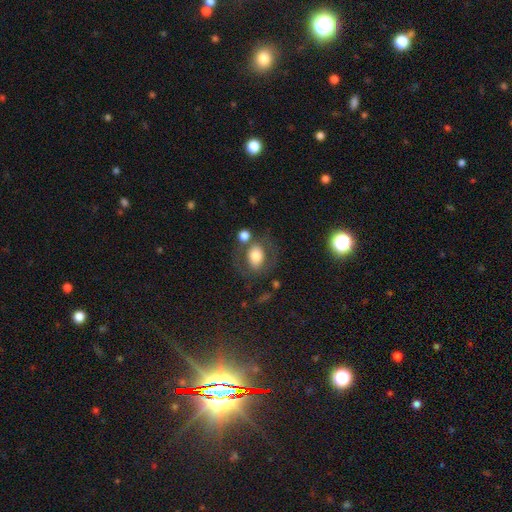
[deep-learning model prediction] Morphology: type=smooth (64%); roundness=in between (57%); merging=none (57%).